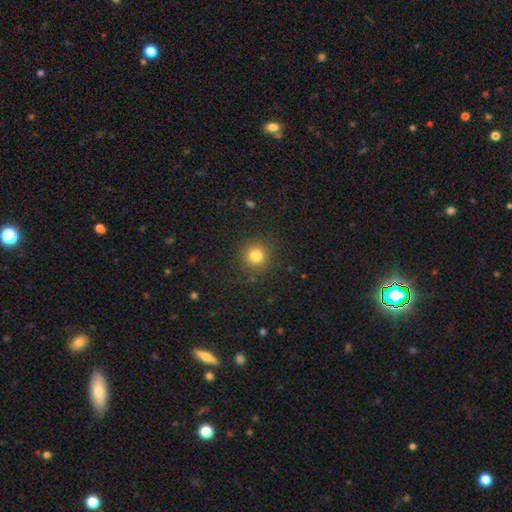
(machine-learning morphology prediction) Smooth or featured? Predicted: smooth (p=0.81). How rounded? Predicted: round (p=0.93). Merging? Predicted: none (p=0.88).